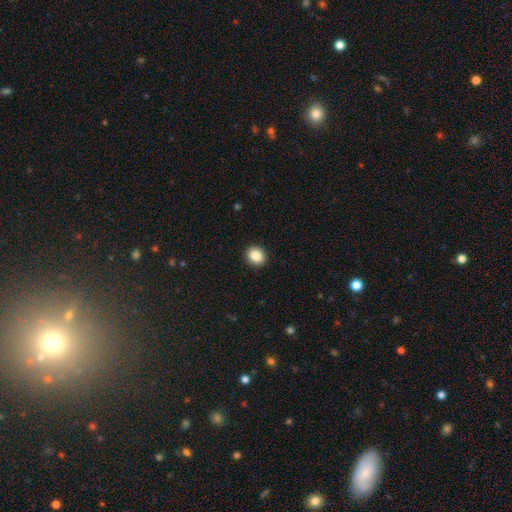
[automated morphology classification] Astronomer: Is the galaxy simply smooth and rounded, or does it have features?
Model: smooth — 87%.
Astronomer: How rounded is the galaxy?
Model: round — 63%.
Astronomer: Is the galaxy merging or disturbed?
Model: none — 92%.